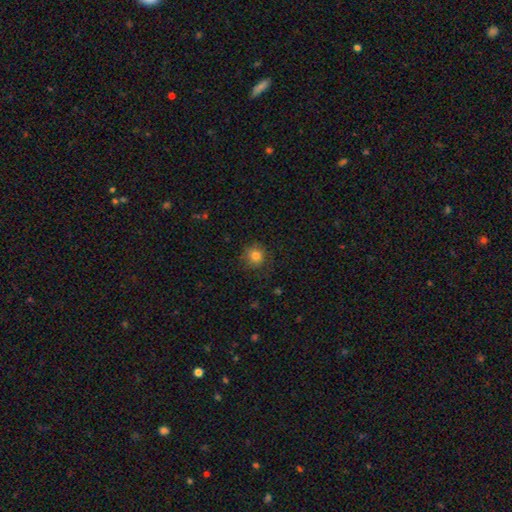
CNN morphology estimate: Smooth or featured? Predicted: smooth (p=0.82). How rounded? Predicted: round (p=0.90). Merging? Predicted: none (p=0.80).